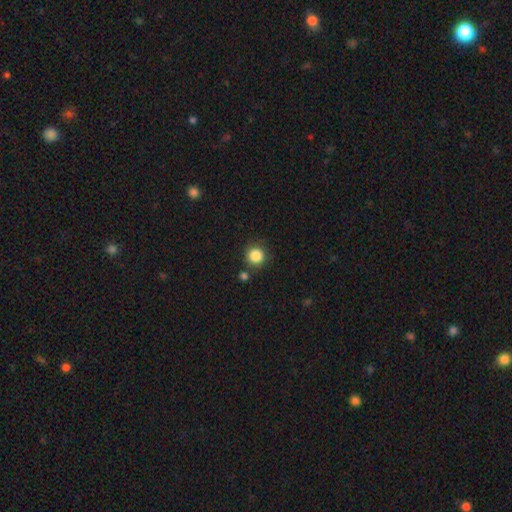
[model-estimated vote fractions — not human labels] smooth_or_featured: smooth (p=0.86) [alt: star or artifact p=0.11]
how_rounded: round (p=0.93) [alt: in between p=0.06]
merging: none (p=0.82) [alt: minor disturbance p=0.09]